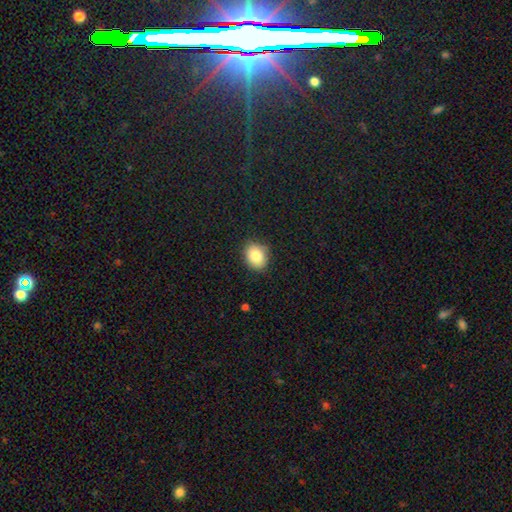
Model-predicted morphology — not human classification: type=smooth (82%); roundness=in between (58%); merging=none (85%).